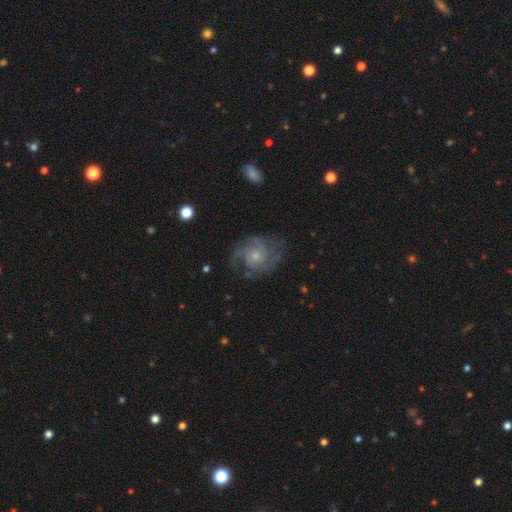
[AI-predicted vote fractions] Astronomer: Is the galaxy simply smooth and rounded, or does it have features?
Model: featured or disk — 79%.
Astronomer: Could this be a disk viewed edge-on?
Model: no — 98%.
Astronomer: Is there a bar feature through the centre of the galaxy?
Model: no — 77%.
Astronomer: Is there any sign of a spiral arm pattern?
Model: yes — 92%.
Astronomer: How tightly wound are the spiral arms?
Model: medium — 45% (runner-up: tight, 39%).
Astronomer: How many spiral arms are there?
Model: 2 — 41% (runner-up: 3, 22%).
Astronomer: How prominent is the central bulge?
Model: small — 66%.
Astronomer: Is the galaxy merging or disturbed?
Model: none — 64%.